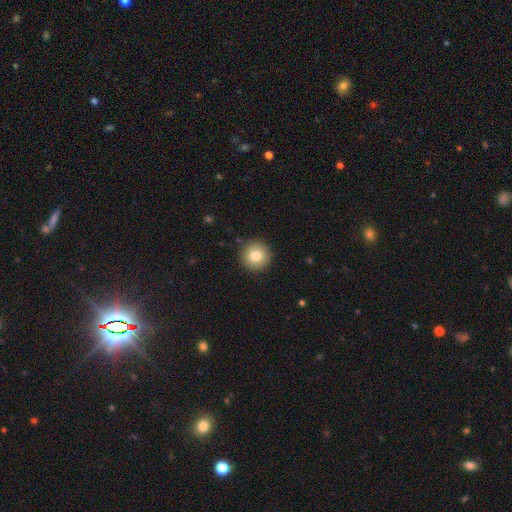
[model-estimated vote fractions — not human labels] This appears to be a smooth galaxy with no disk features (81%) that is round (95%). Merging: none (91%).